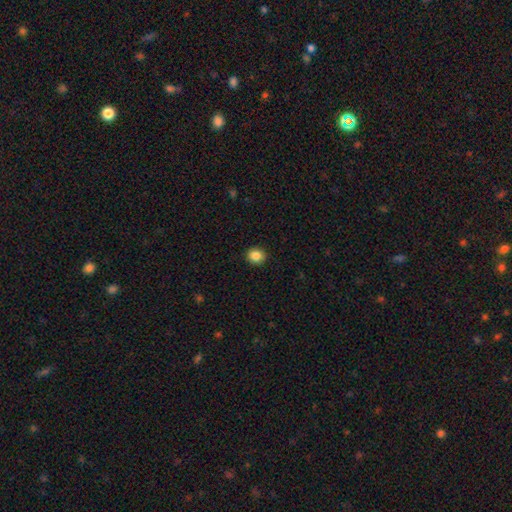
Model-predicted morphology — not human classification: A smooth galaxy with no disk features (86%) that is round (80%).

Vote fractions:
- Smooth or featured? smooth: 86% / star or artifact: 10% / featured or disk: 4%
- How rounded? round: 80% / in between: 19% / cigar-shaped: 1%
- Merging? none: 92% / minor disturbance: 5% / major disturbance: 2% / merger: 1%